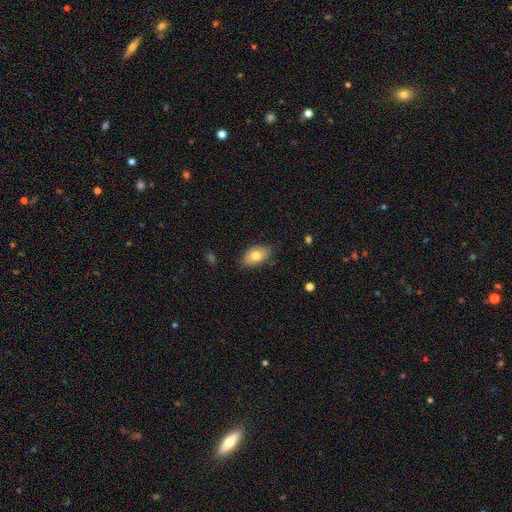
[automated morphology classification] Smooth or featured: smooth — 76% (featured or disk — 17%)
How rounded: in between — 92% (round — 7%)
Merging: none — 80% (minor disturbance — 16%)